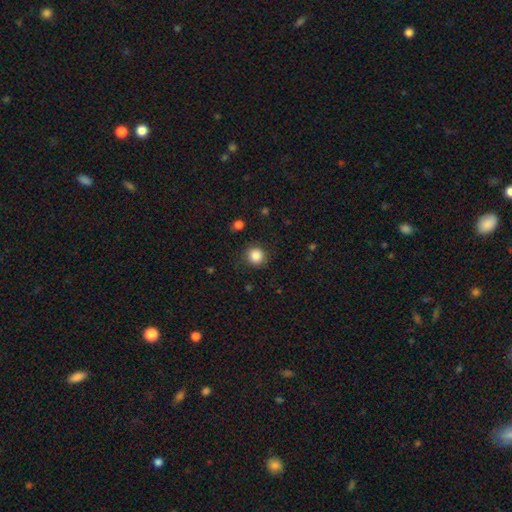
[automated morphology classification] A smooth galaxy with no disk features (86%) that is round (91%). Merging: none (88%).